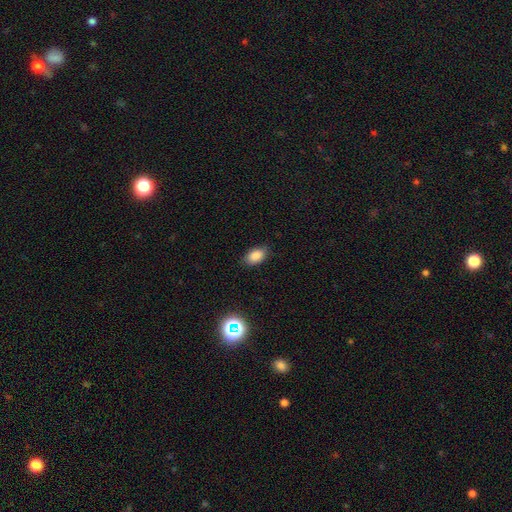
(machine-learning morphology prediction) The model was most divided on "merging": none: 84%, minor disturbance: 12%, major disturbance: 3%, merger: 1%. More confident: how rounded — in between (89%); smooth or featured — smooth (85%).